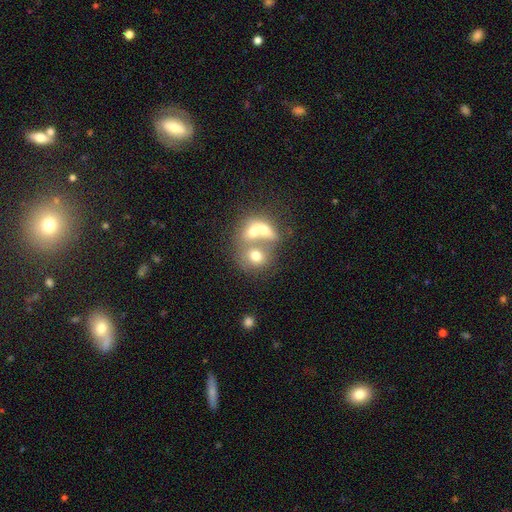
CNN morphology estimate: smooth-or-featured: smooth: 65% | featured or disk: 23% | star or artifact: 12%
  how-rounded: round: 59% | in between: 40% | cigar-shaped: 2%
  merging: merger: 63% | none: 25% | minor disturbance: 7% | major disturbance: 6%